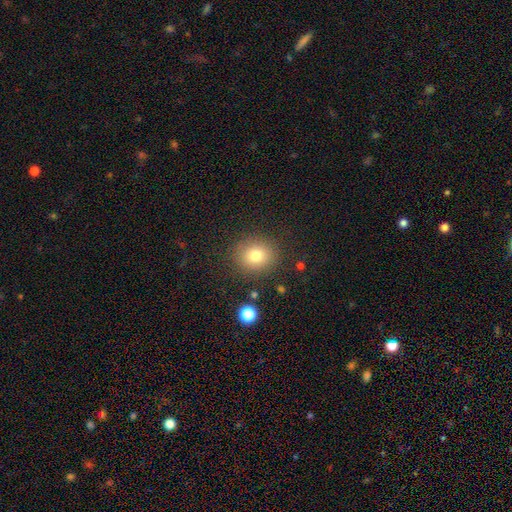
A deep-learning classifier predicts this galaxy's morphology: A smooth galaxy with no disk features (80%) that is round (73%).

Vote fractions:
- Smooth or featured? smooth: 80% / star or artifact: 11% / featured or disk: 9%
- How rounded? round: 73% / in between: 26% / cigar-shaped: 1%
- Merging? none: 86% / minor disturbance: 9% / major disturbance: 3% / merger: 2%